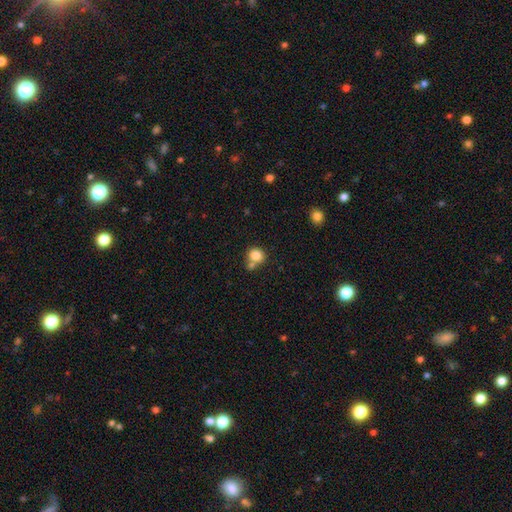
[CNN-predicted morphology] smooth_or_featured: smooth (p=0.82) [alt: star or artifact p=0.10]
how_rounded: round (p=0.80) [alt: in between p=0.19]
merging: none (p=0.53) [alt: merger p=0.33]